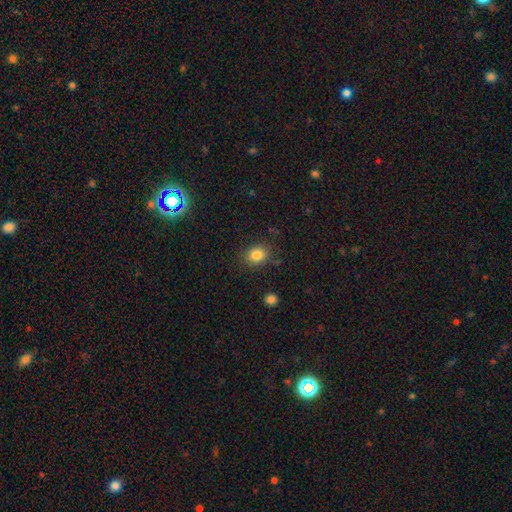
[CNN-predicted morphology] A smooth galaxy with no disk features (84%) that is in between round and cigar-shaped (54%).

Vote fractions:
- Smooth or featured? smooth: 84% / star or artifact: 10% / featured or disk: 6%
- How rounded? in between: 54% / round: 45% / cigar-shaped: 1%
- Merging? none: 84% / minor disturbance: 11% / major disturbance: 3% / merger: 2%